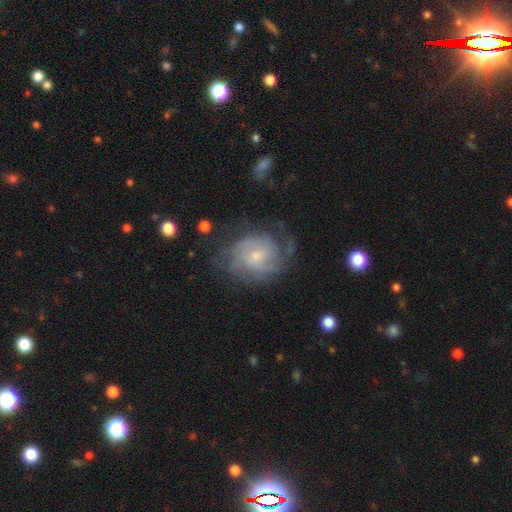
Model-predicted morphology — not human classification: smooth_or_featured: featured or disk (p=0.79) [alt: smooth p=0.15]
disk_edge_on: no (p=0.98) [alt: yes p=0.02]
bar: no (p=0.64) [alt: weak p=0.31]
has_spiral_arms: yes (p=0.93) [alt: no p=0.07]
spiral_winding: tight (p=0.54) [alt: medium p=0.34]
spiral_arm_count: can't tell (p=0.38) [alt: 2 p=0.25]
bulge_size: small (p=0.63) [alt: moderate p=0.30]
merging: none (p=0.63) [alt: minor disturbance p=0.20]